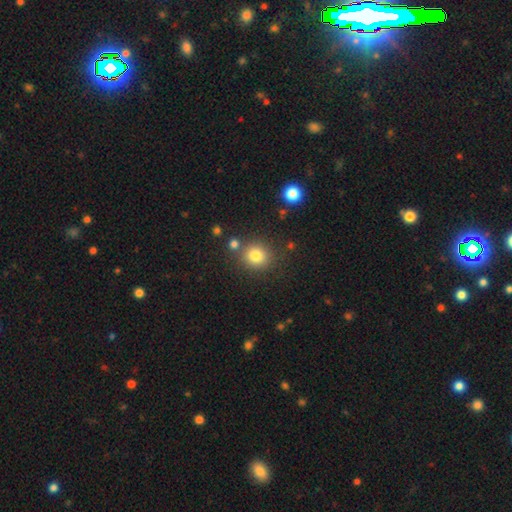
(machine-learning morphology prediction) smooth_or_featured: smooth (p=0.81) [alt: star or artifact p=0.13]
how_rounded: round (p=0.85) [alt: in between p=0.14]
merging: none (p=0.79) [alt: minor disturbance p=0.09]